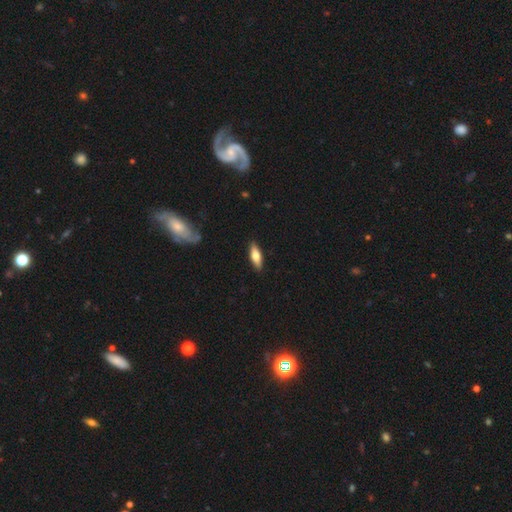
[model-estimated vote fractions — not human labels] Q: Smooth or featured?
A: smooth (63%); runner-up: featured or disk (31%)
Q: How rounded?
A: in between (55%); runner-up: cigar-shaped (43%)
Q: Merging?
A: none (89%); runner-up: minor disturbance (8%)